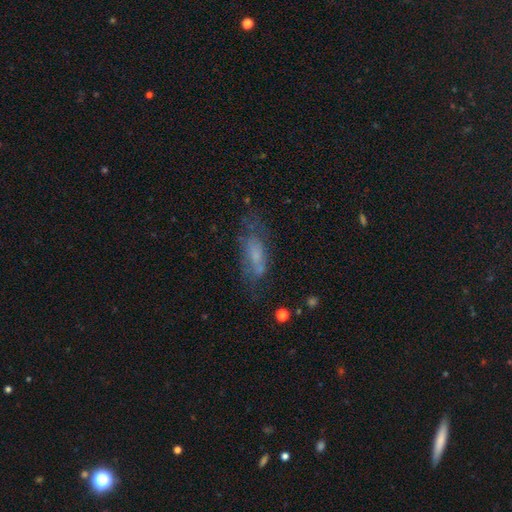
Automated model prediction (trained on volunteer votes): Smooth or featured? smooth (48%)
Merging? none (50%)